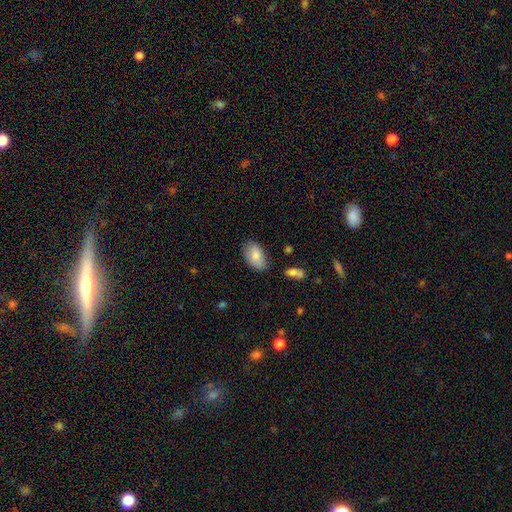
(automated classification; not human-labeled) Smooth or featured? Predicted: smooth (p=0.81). How rounded? Predicted: in between (p=0.93). Merging? Predicted: none (p=0.72).